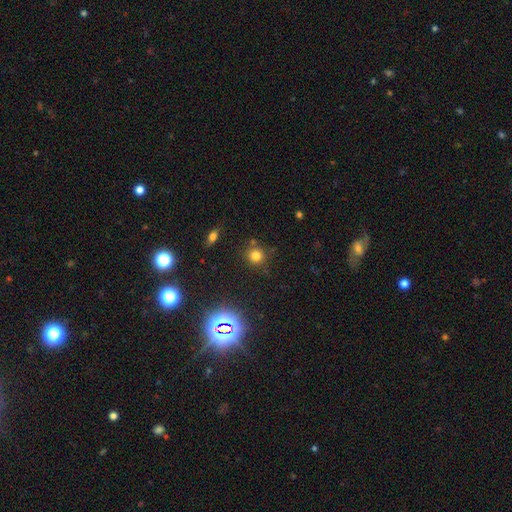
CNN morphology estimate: Q: Smooth or featured?
A: smooth (74%); runner-up: star or artifact (19%)
Q: How rounded?
A: round (90%); runner-up: in between (9%)
Q: Merging?
A: none (79%); runner-up: minor disturbance (10%)